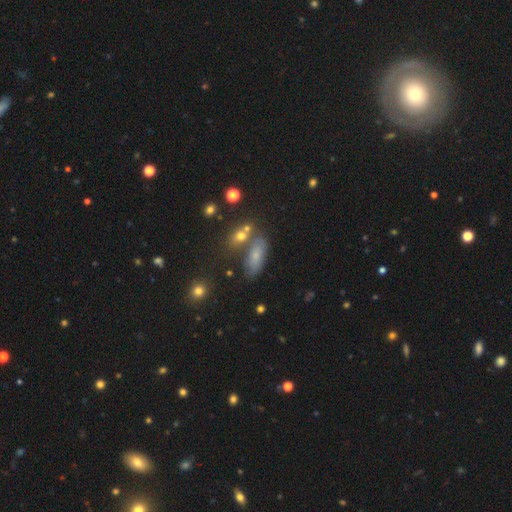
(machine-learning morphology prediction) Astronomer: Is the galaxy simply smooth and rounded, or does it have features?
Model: smooth — 69%.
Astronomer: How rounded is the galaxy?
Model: in between — 74%.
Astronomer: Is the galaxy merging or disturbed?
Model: none — 59%.